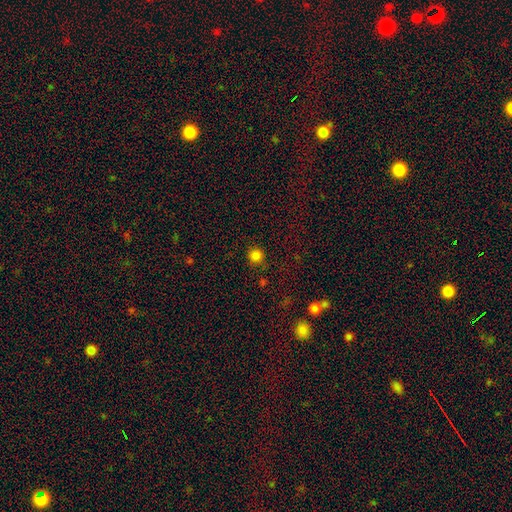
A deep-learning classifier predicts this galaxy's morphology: Smooth or featured?
  - smooth: 83% *
  - star or artifact: 14%
  - featured or disk: 3%
How rounded?
  - round: 94% *
  - in between: 5%
  - cigar-shaped: 1%
Merging?
  - none: 87% *
  - minor disturbance: 8%
  - major disturbance: 3%
  - merger: 2%